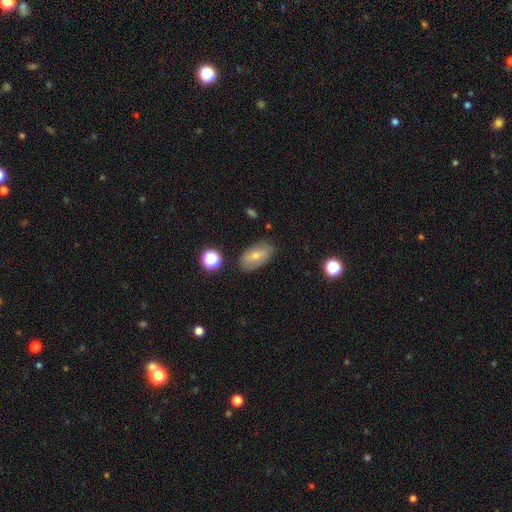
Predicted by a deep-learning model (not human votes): Smooth or featured: smooth — 61% (featured or disk — 29%)
How rounded: in between — 90% (round — 6%)
Merging: none — 77% (minor disturbance — 16%)